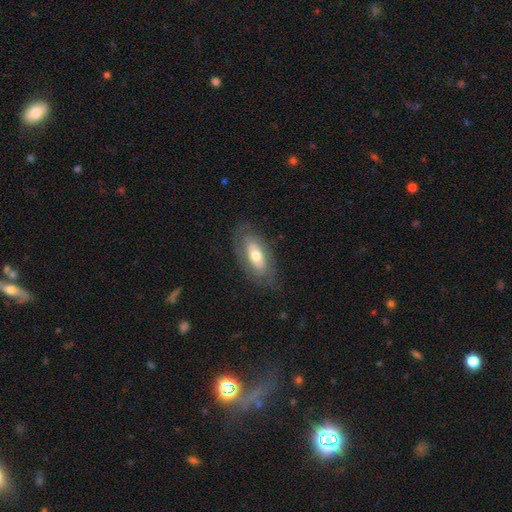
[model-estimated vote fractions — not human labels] Morphology: type=featured or disk (50%); edge-on=no (83%); merging=none (78%).